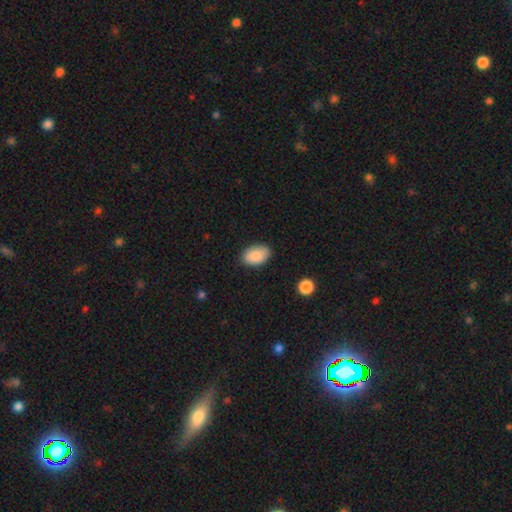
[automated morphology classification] Overall: smooth (88%). How rounded: in between (91%). Merging: none (85%).